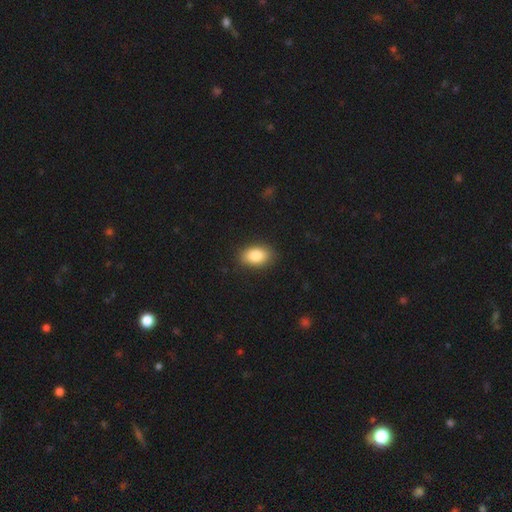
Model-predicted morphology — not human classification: Smooth or featured?
  - smooth: 85% *
  - star or artifact: 7%
  - featured or disk: 7%
How rounded?
  - in between: 89% *
  - round: 9%
  - cigar-shaped: 2%
Merging?
  - none: 87% *
  - minor disturbance: 9%
  - major disturbance: 2%
  - merger: 1%